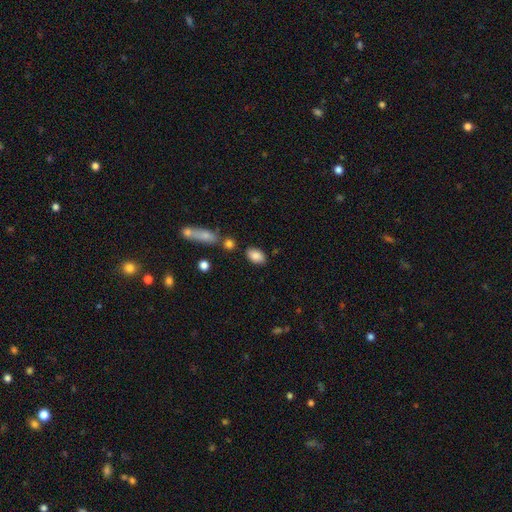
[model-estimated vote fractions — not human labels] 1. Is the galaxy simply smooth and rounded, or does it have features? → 86% smooth, 8% star or artifact, 7% featured or disk.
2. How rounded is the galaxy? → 90% in between, 7% round, 2% cigar-shaped.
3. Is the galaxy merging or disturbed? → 79% none, 12% minor disturbance, 6% merger, 3% major disturbance.